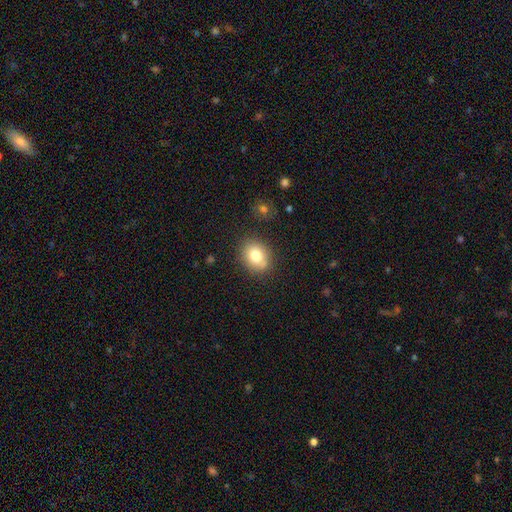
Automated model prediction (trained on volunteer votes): Morphology: type=smooth (79%); roundness=in between (52%); merging=none (83%).